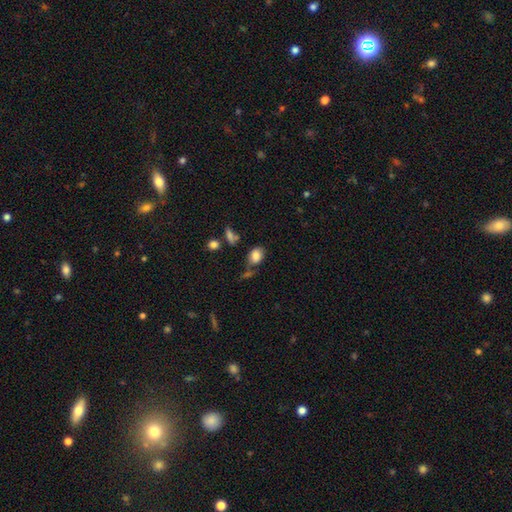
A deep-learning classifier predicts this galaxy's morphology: A smooth galaxy with no disk features (83%) that is in between round and cigar-shaped (73%).

Vote fractions:
- Smooth or featured? smooth: 83% / star or artifact: 10% / featured or disk: 8%
- How rounded? in between: 73% / round: 26% / cigar-shaped: 1%
- Merging? none: 60% / minor disturbance: 19% / merger: 14% / major disturbance: 7%